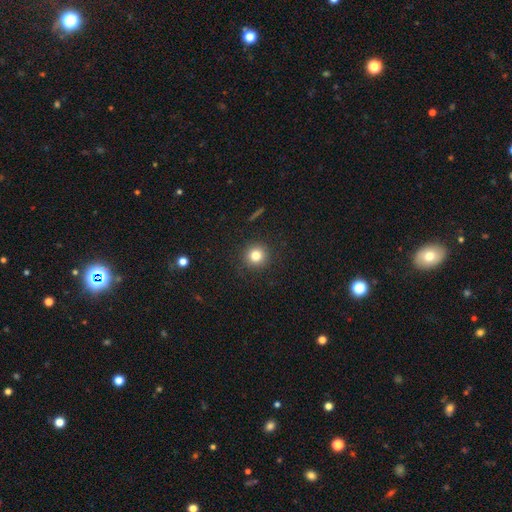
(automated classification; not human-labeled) Morphology: type=smooth (81%); roundness=round (94%); merging=none (91%).